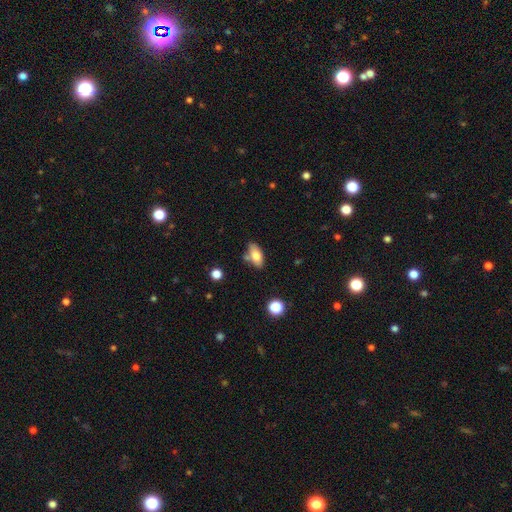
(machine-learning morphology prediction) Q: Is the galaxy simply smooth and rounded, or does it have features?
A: smooth — 76%.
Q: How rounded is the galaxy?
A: in between — 88%.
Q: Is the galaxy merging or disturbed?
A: none — 69%.